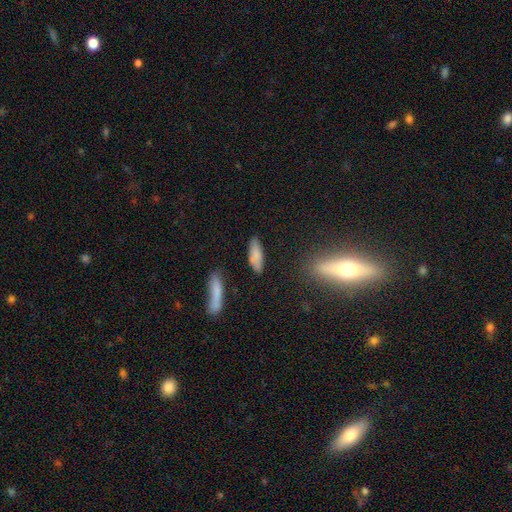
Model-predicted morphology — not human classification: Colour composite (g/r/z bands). It shows a smooth galaxy with no disk features (81%) that is in between round and cigar-shaped (61%). Merging: none (83%).